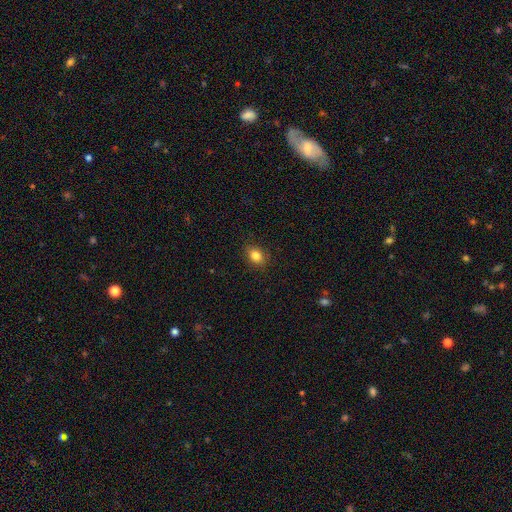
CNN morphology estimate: Overall: smooth (84%). How rounded: in between (69%; round 30%). Merging: none (88%).